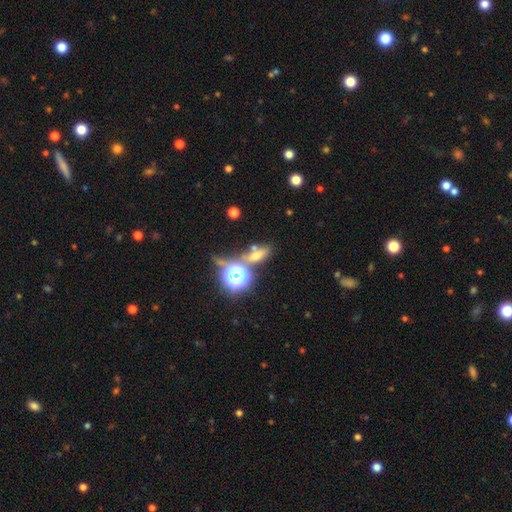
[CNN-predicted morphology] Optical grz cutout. It shows a smooth galaxy with no disk features (46%). Merging: none (62%).